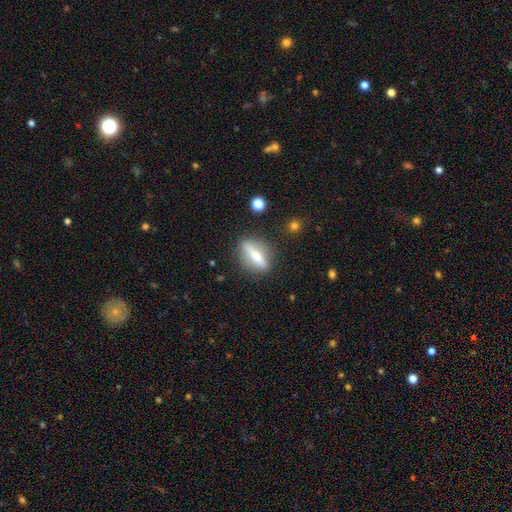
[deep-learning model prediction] A featured or disk galaxy (56%) viewed edge-on (76%). Merging: none (84%).